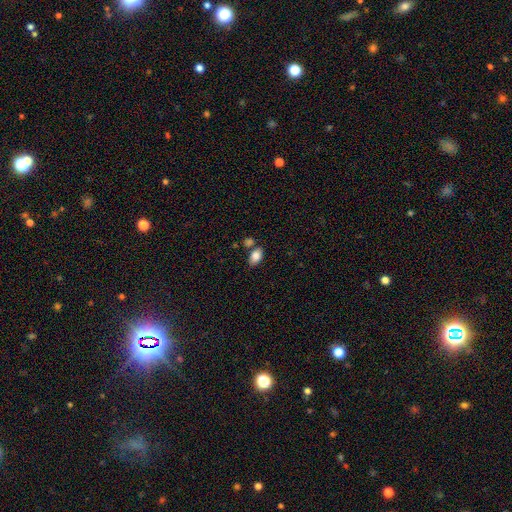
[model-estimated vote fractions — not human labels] Smooth or featured? smooth (85%)
How rounded? in between (90%)
Merging? none (68%)